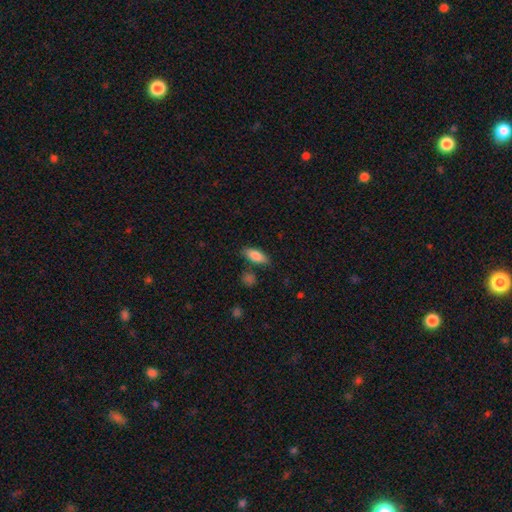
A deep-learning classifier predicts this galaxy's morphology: A smooth galaxy with no disk features (83%) that is in between round and cigar-shaped (79%).

Vote fractions:
- Smooth or featured? smooth: 83% / featured or disk: 11% / star or artifact: 7%
- How rounded? in between: 79% / cigar-shaped: 19% / round: 3%
- Merging? none: 77% / minor disturbance: 15% / merger: 5% / major disturbance: 3%